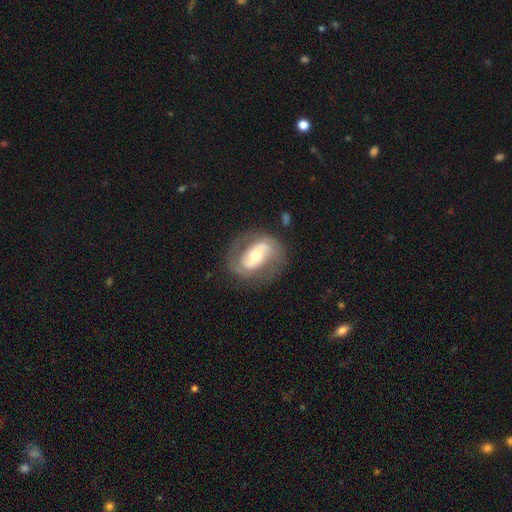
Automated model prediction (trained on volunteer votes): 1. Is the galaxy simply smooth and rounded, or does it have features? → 77% featured or disk, 17% smooth, 6% star or artifact.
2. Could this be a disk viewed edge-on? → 96% no, 4% yes.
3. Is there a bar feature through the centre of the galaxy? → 36% strong, 34% weak, 30% no.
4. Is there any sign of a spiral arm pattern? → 82% yes, 18% no.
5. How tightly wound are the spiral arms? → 44% medium, 32% tight, 23% loose.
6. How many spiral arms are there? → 83% 2, 9% can't tell, 5% 1, 2% 3, 1% 4, 1% more than 4.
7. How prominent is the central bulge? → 63% moderate, 27% small, 8% large, 1% dominant, 1% none.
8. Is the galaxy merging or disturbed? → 74% none, 15% minor disturbance, 9% major disturbance, 2% merger.